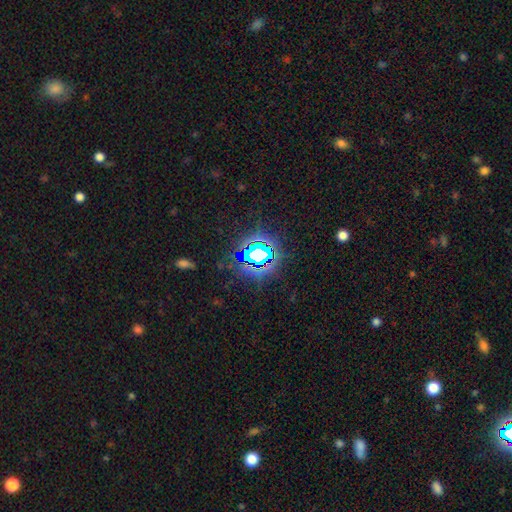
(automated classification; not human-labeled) The model was most divided on "smooth or featured": star or artifact: 73%, smooth: 15%, featured or disk: 12%.